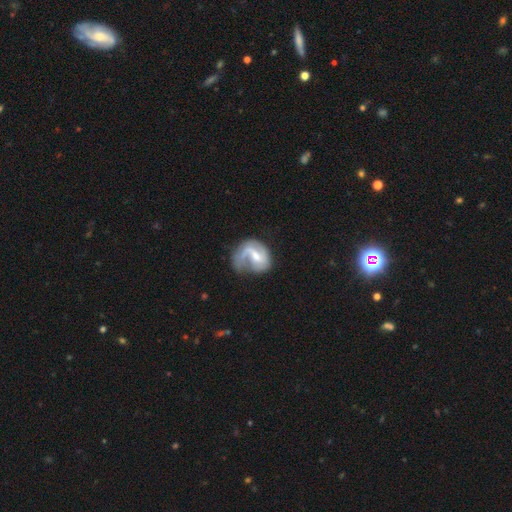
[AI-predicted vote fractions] smooth_or_featured: featured or disk (p=0.73) [alt: smooth p=0.21]
disk_edge_on: no (p=0.98) [alt: yes p=0.02]
bar: weak (p=0.55) [alt: no p=0.26]
has_spiral_arms: yes (p=0.87) [alt: no p=0.13]
spiral_winding: loose (p=0.43) [alt: medium p=0.39]
spiral_arm_count: 1 (p=0.51) [alt: 2 p=0.37]
bulge_size: moderate (p=0.45) [alt: small p=0.38]
merging: major disturbance (p=0.36) [tied with: none p=0.36]